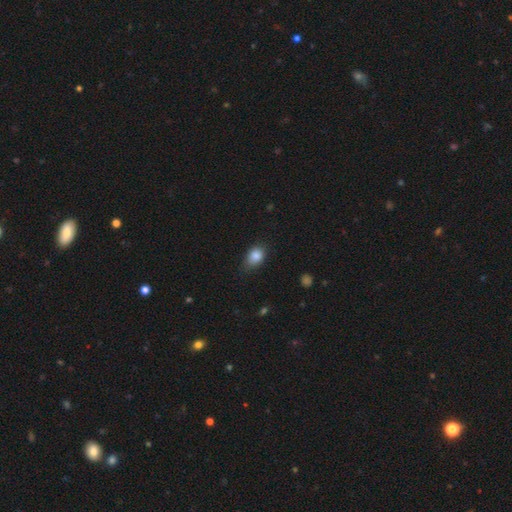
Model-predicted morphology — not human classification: Q: Smooth or featured?
A: smooth (85%); runner-up: star or artifact (9%)
Q: How rounded?
A: in between (71%); runner-up: round (27%)
Q: Merging?
A: none (67%); runner-up: minor disturbance (27%)